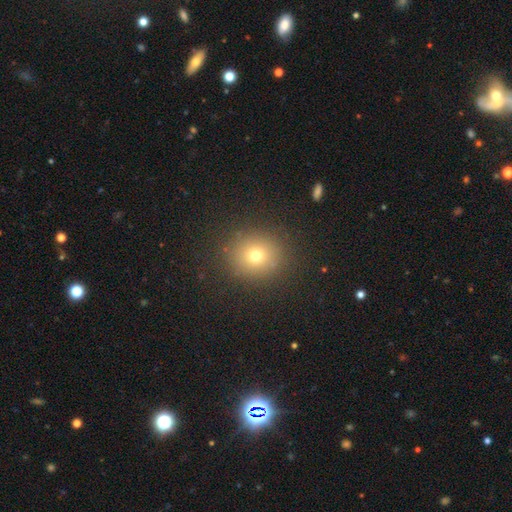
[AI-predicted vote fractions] This appears to be a smooth galaxy with no disk features (71%) that is round (86%). Merging: none (88%).